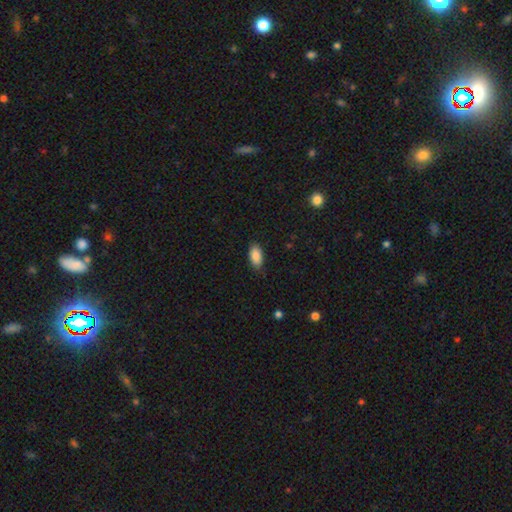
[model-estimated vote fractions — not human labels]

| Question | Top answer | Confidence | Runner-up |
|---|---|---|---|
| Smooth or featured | smooth | 86% | star or artifact (7%) |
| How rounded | in between | 91% | cigar-shaped (6%) |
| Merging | none | 82% | minor disturbance (15%) |